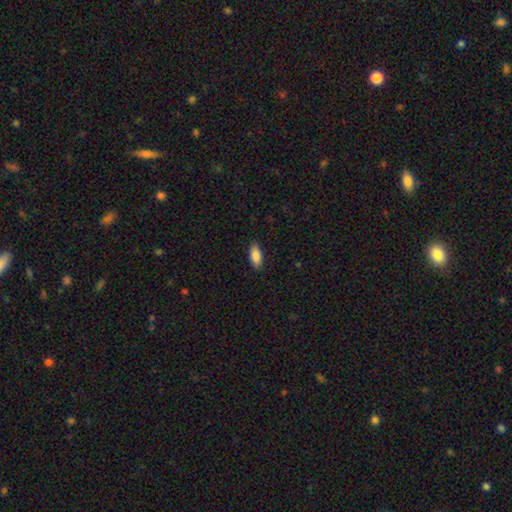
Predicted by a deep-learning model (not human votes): This appears to be a smooth galaxy with no disk features (88%) that is in between round and cigar-shaped (85%). Merging: none (88%).